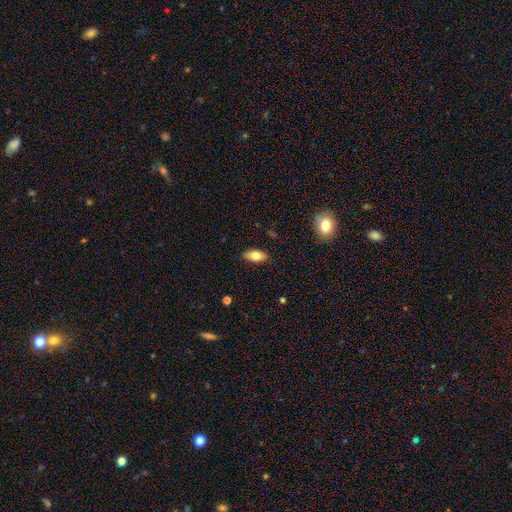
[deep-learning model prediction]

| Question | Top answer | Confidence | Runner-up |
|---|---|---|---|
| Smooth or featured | smooth | 76% | featured or disk (16%) |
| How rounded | in between | 88% | cigar-shaped (8%) |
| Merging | none | 81% | minor disturbance (15%) |